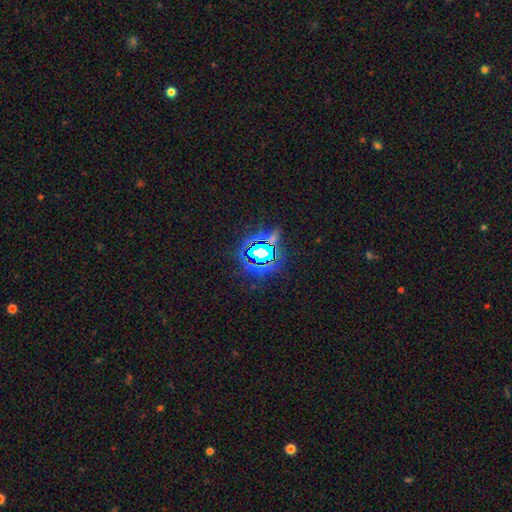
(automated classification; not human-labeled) A star or artifact, not a galaxy (74%).